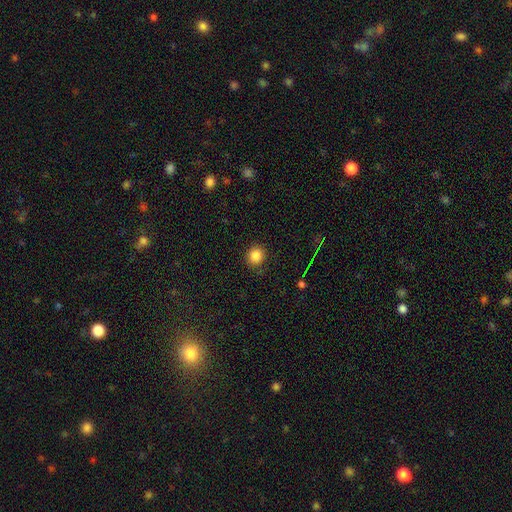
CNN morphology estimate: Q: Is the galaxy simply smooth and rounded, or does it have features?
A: smooth — 84%.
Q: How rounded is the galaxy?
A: round — 89%.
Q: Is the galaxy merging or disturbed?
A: none — 87%.